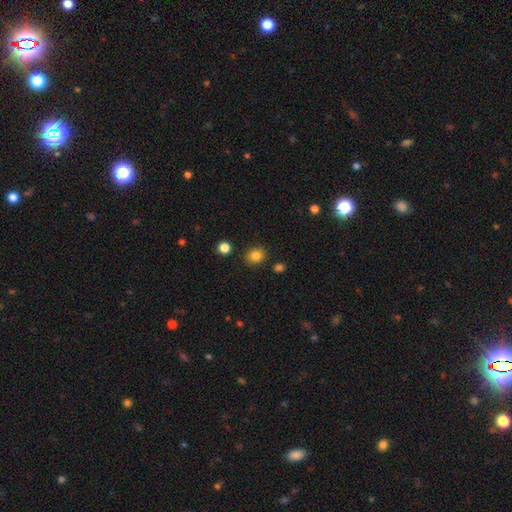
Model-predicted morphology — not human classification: smooth 83%, star or artifact 11%, featured or disk 6%. Down the decision tree: how rounded — round (66%); merging — none (87%).